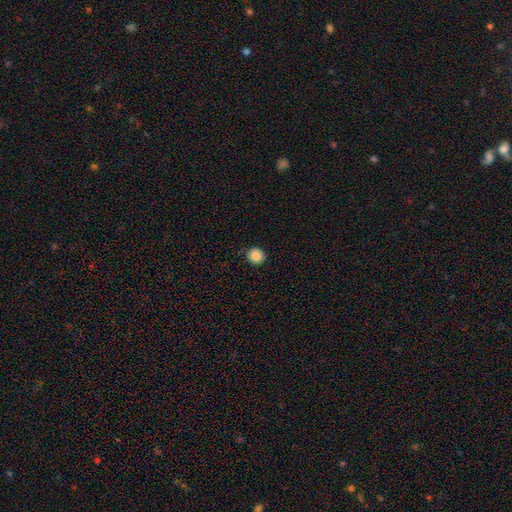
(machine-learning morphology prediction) This appears to be a smooth galaxy with no disk features (87%) that is round (89%). Merging: none (87%).